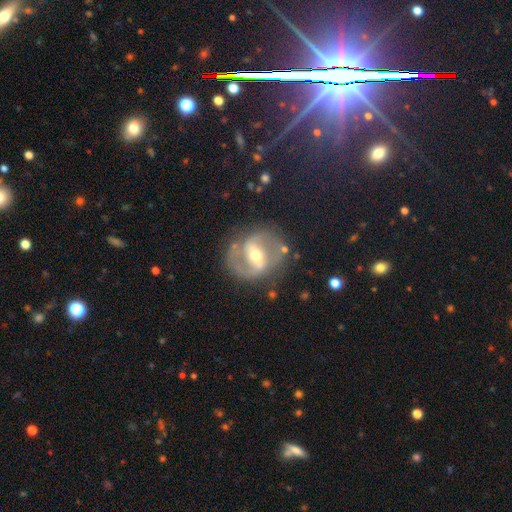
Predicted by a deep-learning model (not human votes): Smooth or featured?
  - featured or disk: 83% *
  - smooth: 10%
  - star or artifact: 7%
Edge-on disk?
  - no: 96% *
  - yes: 4%
Bar?
  - strong: 52% *
  - weak: 34%
  - no: 13%
Spiral arms?
  - yes: 86% *
  - no: 14%
Spiral winding?
  - medium: 52% *
  - loose: 25%
  - tight: 23%
Spiral arm count?
  - 2: 87% *
  - can't tell: 6%
  - 1: 3%
  - 3: 1%
  - 4: 1%
  - more than 4: 1%
Bulge size?
  - moderate: 61% *
  - small: 34%
  - large: 3%
  - none: 1%
  - dominant: 1%
Merging?
  - none: 77% *
  - minor disturbance: 14%
  - major disturbance: 7%
  - merger: 2%